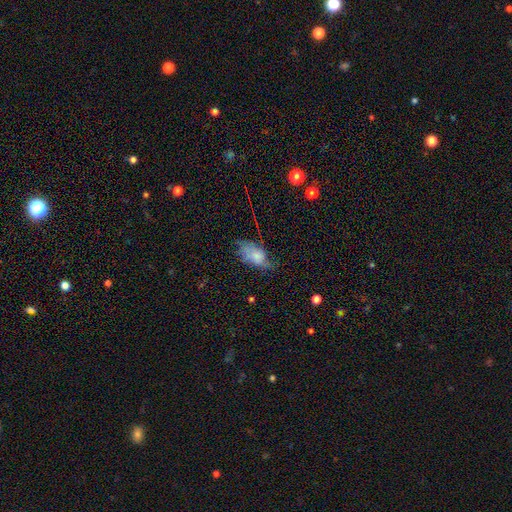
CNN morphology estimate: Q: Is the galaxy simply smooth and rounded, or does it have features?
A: smooth — 61%.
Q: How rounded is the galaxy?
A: in between — 89%.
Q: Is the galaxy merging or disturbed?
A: none — 37%.